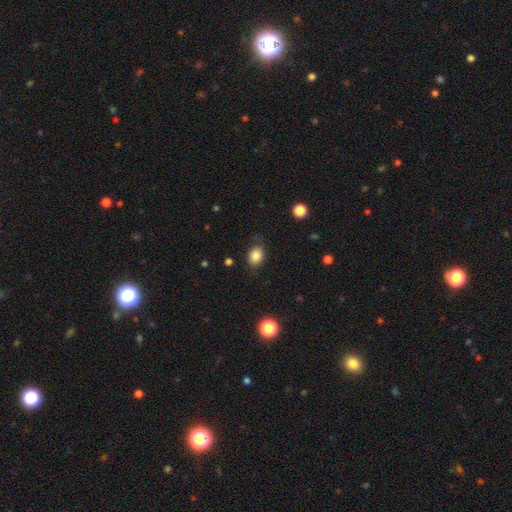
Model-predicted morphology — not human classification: A smooth galaxy with no disk features (85%) that is in between round and cigar-shaped (66%). Merging: none (77%).